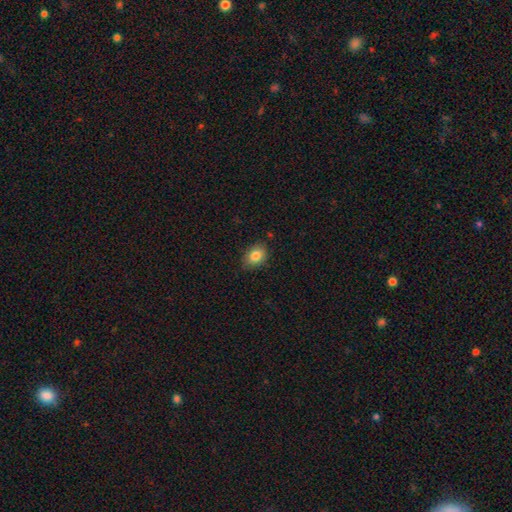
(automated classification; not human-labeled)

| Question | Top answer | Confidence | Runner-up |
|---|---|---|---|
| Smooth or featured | smooth | 84% | star or artifact (9%) |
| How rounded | in between | 70% | round (29%) |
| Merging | none | 81% | minor disturbance (15%) |